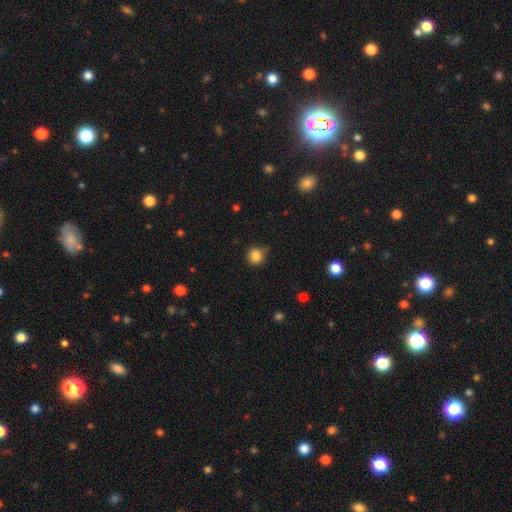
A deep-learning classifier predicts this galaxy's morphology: Smooth or featured? smooth (84%)
How rounded? round (94%)
Merging? none (75%)